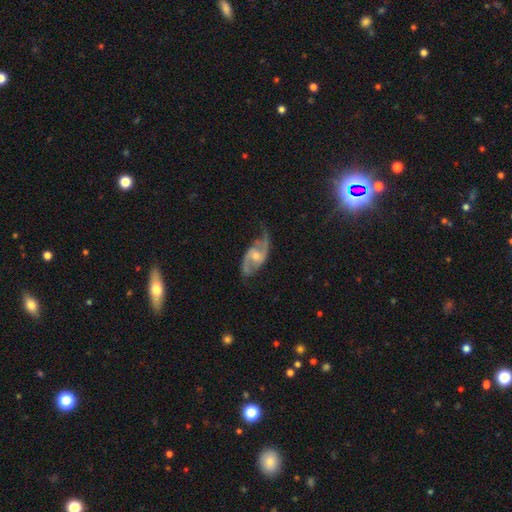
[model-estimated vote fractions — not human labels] Smooth or featured?
  - featured or disk: 88% *
  - smooth: 6%
  - star or artifact: 5%
Edge-on disk?
  - no: 96% *
  - yes: 4%
Bar?
  - no: 44% * (tied)
  - weak: 44% * (tied)
  - strong: 11%
Spiral arms?
  - yes: 97% *
  - no: 3%
Spiral winding?
  - loose: 47% *
  - medium: 41%
  - tight: 12%
Spiral arm count?
  - 2: 92% *
  - can't tell: 3%
  - 1: 2%
  - 3: 2%
  - 4: 1%
  - more than 4: 1%
Bulge size?
  - moderate: 56% *
  - small: 37%
  - none: 3%
  - large: 3%
  - dominant: 1%
Merging?
  - none: 69% *
  - minor disturbance: 20%
  - major disturbance: 9%
  - merger: 2%